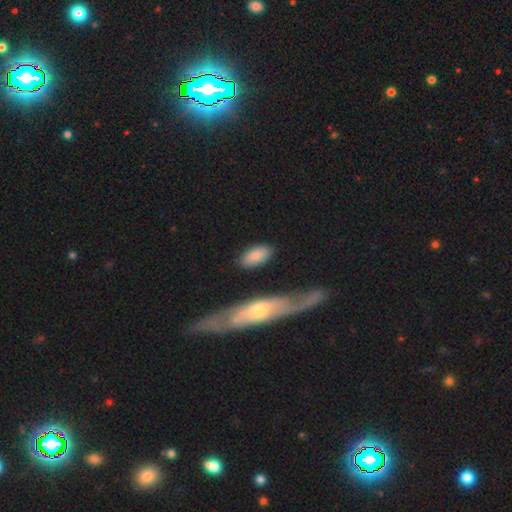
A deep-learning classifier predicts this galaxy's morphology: Overall: smooth (82%). How rounded: in between (90%). Merging: none (77%).